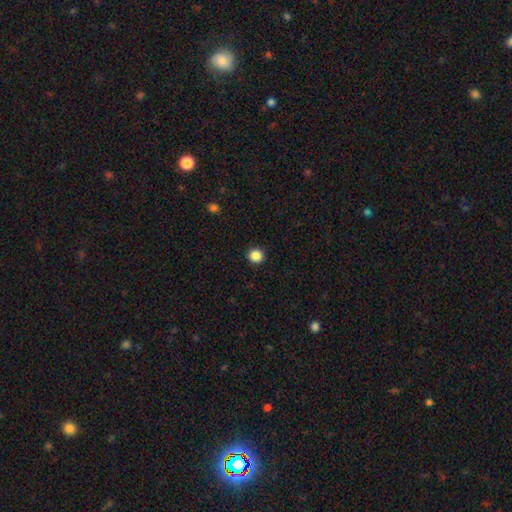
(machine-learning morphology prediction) Smooth or featured?
  - smooth: 87% *
  - star or artifact: 11%
  - featured or disk: 3%
How rounded?
  - round: 93% *
  - in between: 6%
  - cigar-shaped: 1%
Merging?
  - none: 92% *
  - minor disturbance: 5%
  - major disturbance: 2%
  - merger: 1%